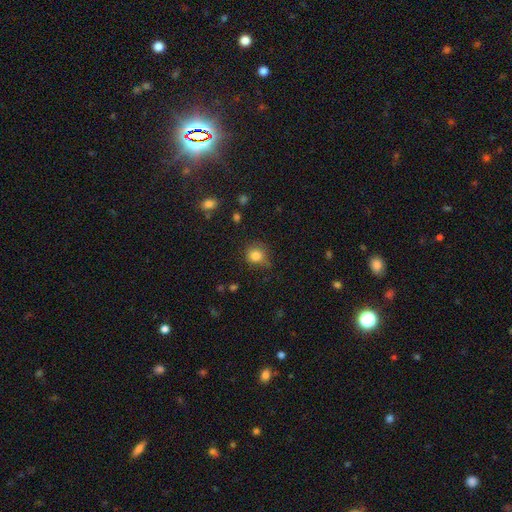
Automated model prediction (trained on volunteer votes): The model was most divided on "merging": none: 65%, minor disturbance: 26%, major disturbance: 7%, merger: 2%. More confident: smooth or featured — smooth (82%); how rounded — round (81%).